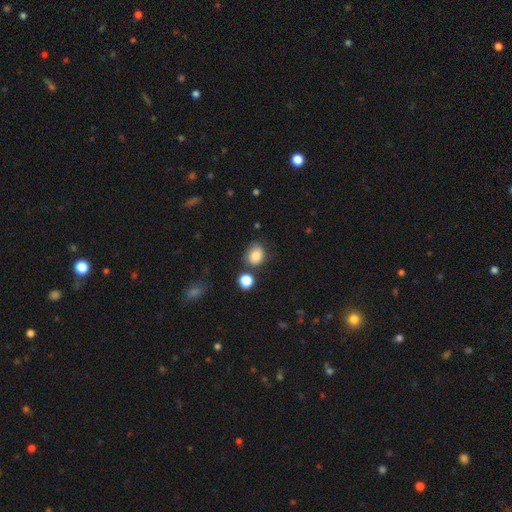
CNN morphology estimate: A smooth galaxy with no disk features (84%) that is round (50%).

Vote fractions:
- Smooth or featured? smooth: 84% / star or artifact: 10% / featured or disk: 6%
- How rounded? round: 50% / in between: 49% / cigar-shaped: 1%
- Merging? none: 67% / minor disturbance: 19% / merger: 9% / major disturbance: 5%